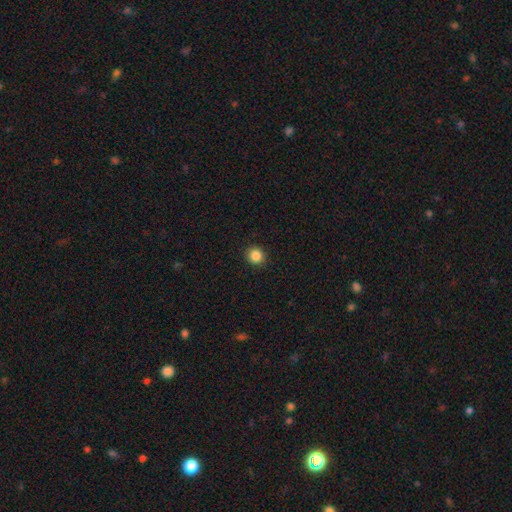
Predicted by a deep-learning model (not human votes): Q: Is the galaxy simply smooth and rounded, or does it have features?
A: smooth — 86%.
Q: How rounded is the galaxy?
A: round — 90%.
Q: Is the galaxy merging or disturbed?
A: none — 92%.